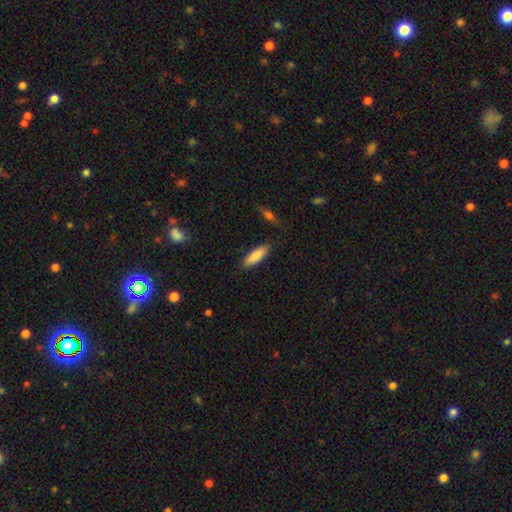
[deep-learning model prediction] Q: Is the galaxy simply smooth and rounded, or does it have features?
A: smooth — 85%.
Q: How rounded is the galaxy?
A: in between — 59%.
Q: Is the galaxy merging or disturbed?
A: none — 86%.